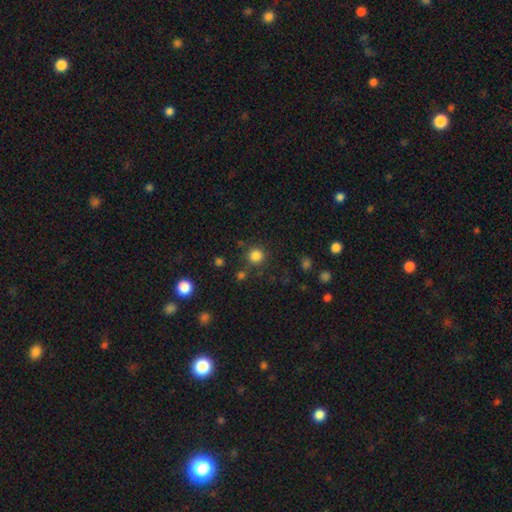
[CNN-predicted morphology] Smooth or featured?
  - smooth: 83% *
  - star or artifact: 14%
  - featured or disk: 4%
How rounded?
  - round: 94% *
  - in between: 5%
  - cigar-shaped: 1%
Merging?
  - none: 82% *
  - minor disturbance: 8%
  - merger: 6%
  - major disturbance: 4%